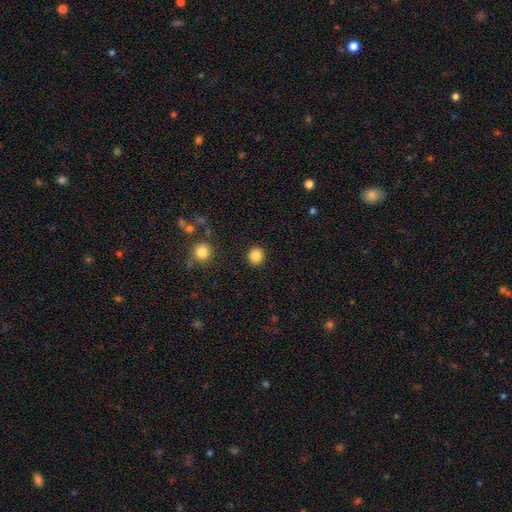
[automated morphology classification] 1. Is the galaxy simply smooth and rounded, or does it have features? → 87% smooth, 10% star or artifact, 3% featured or disk.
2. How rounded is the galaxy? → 84% round, 15% in between, 1% cigar-shaped.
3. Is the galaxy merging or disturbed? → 90% none, 6% minor disturbance, 2% major disturbance, 1% merger.